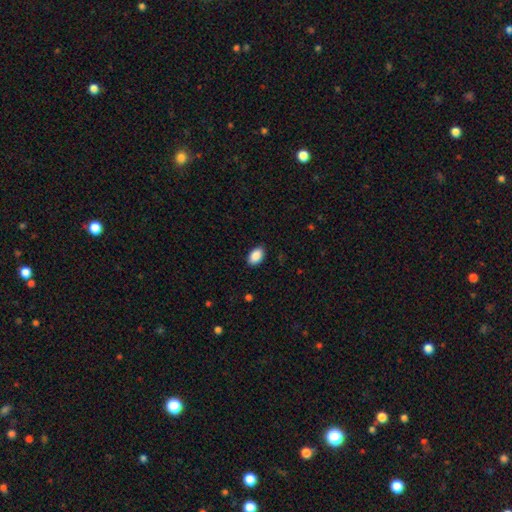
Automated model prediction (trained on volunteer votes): smooth 89%, star or artifact 7%, featured or disk 3%. Down the decision tree: how rounded — in between (92%); merging — none (88%).